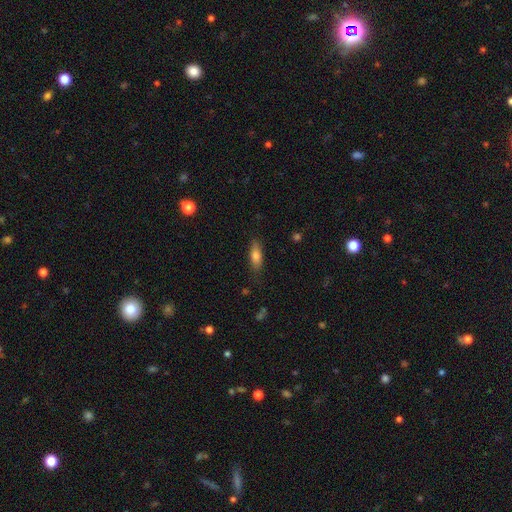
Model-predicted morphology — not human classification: Overall: smooth (76%). How rounded: in between (63%; cigar-shaped 35%). Merging: none (80%).